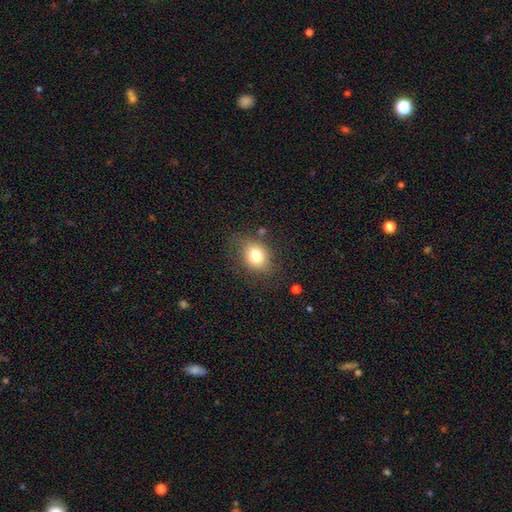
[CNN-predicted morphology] Smooth or featured?
  - smooth: 77% *
  - featured or disk: 12%
  - star or artifact: 11%
How rounded?
  - in between: 52% *
  - round: 47%
  - cigar-shaped: 1%
Merging?
  - none: 74% *
  - minor disturbance: 17%
  - major disturbance: 6%
  - merger: 2%